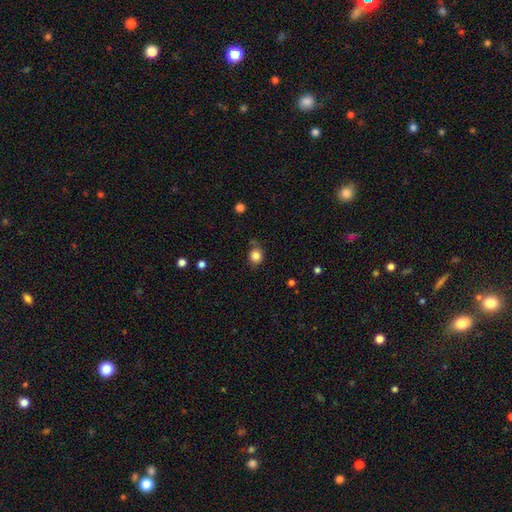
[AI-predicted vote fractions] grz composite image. It shows a smooth galaxy with no disk features (84%) that is round (72%). Merging: none (71%).